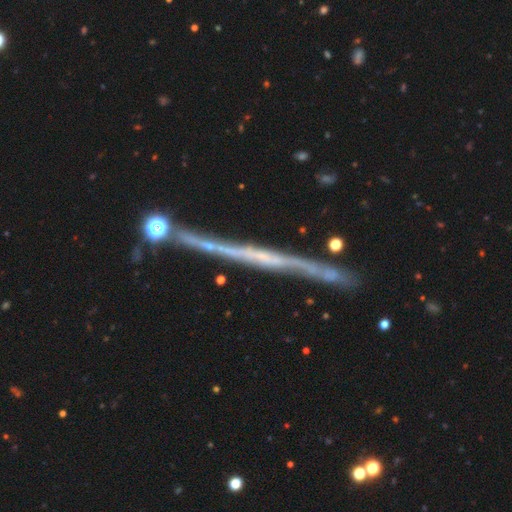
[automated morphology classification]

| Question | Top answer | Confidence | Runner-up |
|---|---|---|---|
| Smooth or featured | featured or disk | 77% | smooth (13%) |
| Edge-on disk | yes | 97% | no (3%) |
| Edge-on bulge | none | 76% | rounded (17%) |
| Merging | none | 83% | minor disturbance (10%) |